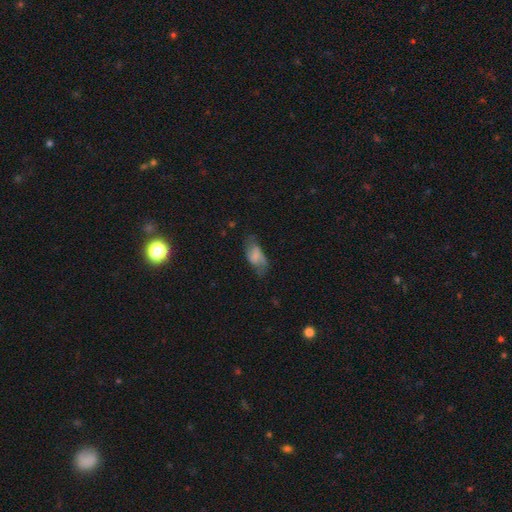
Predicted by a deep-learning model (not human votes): The model was most divided on "smooth or featured": smooth: 47%, featured or disk: 44%, star or artifact: 9%. More confident: merging — none (53%).